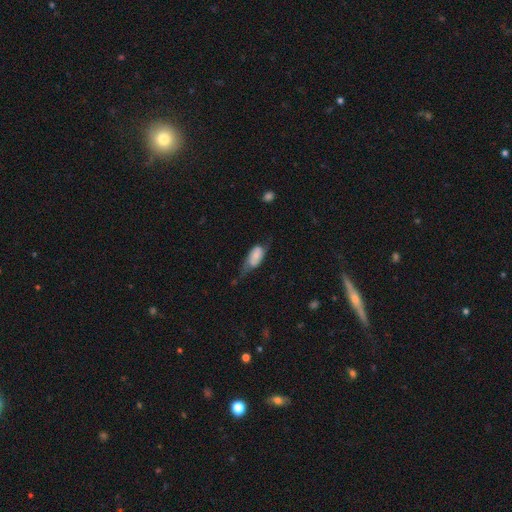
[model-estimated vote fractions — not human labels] Morphology: type=smooth (57%); roundness=in between (87%); merging=none (36%).